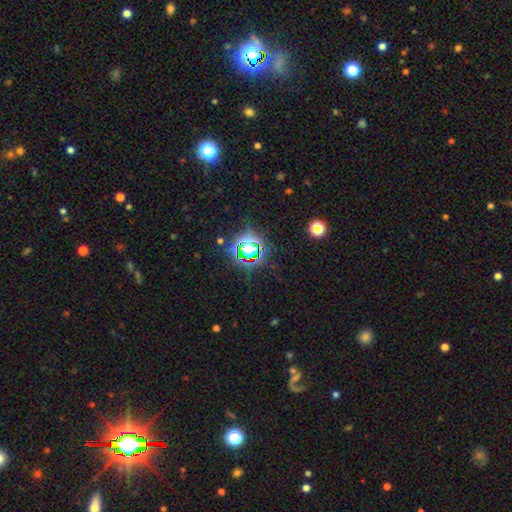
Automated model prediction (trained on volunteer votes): star or artifact 73%, smooth 18%, featured or disk 9%.